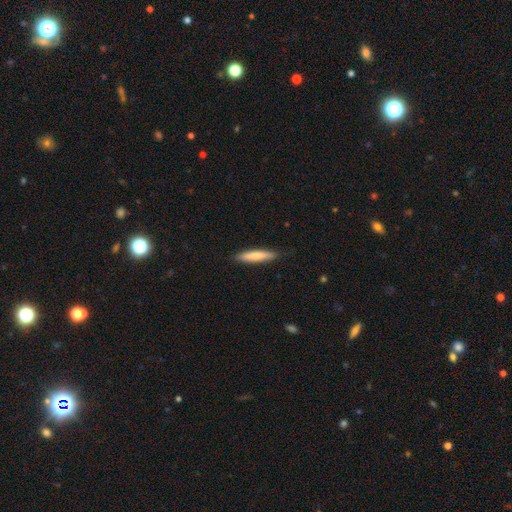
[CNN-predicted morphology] A smooth galaxy with no disk features (76%) that is cigar-shaped (88%).

Vote fractions:
- Smooth or featured? smooth: 76% / featured or disk: 18% / star or artifact: 5%
- How rounded? cigar-shaped: 88% / in between: 11% / round: 1%
- Merging? none: 88% / minor disturbance: 9% / major disturbance: 2% / merger: 1%